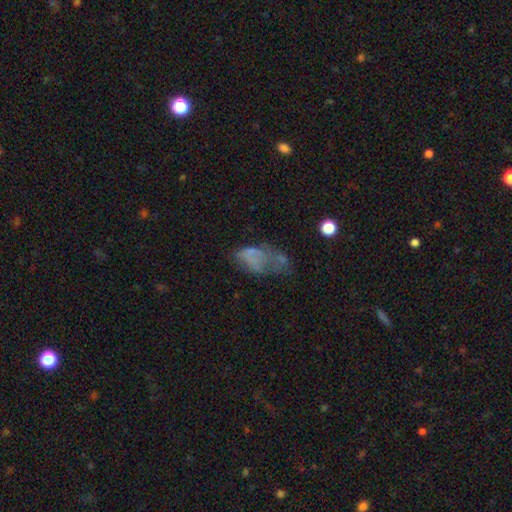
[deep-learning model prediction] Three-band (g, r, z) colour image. It shows a smooth galaxy with no disk features (42%). Merging: major disturbance (38%).